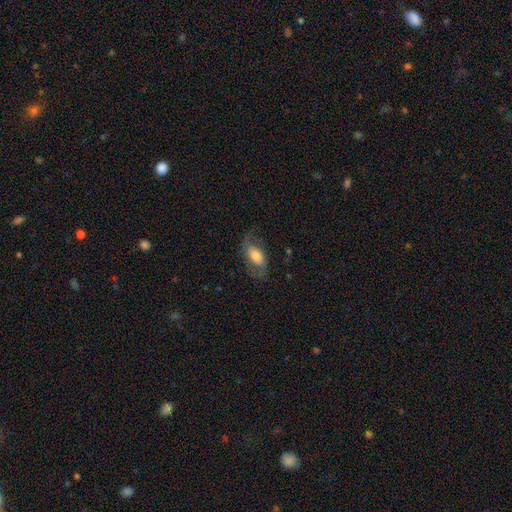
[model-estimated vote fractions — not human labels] A smooth galaxy with no disk features (50%).

Vote fractions:
- Smooth or featured? smooth: 50% / featured or disk: 43% / star or artifact: 7%
- Merging? none: 61% / minor disturbance: 21% / major disturbance: 17% / merger: 1%